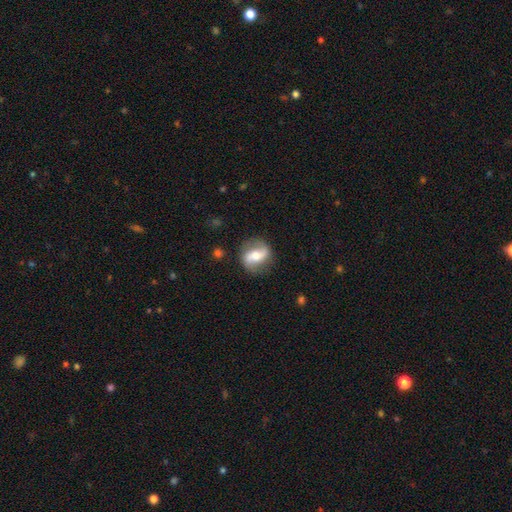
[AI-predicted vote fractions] Q: Smooth or featured?
A: featured or disk (67%); runner-up: smooth (27%)
Q: Edge-on disk?
A: no (92%); runner-up: yes (8%)
Q: Bar?
A: strong (44%); runner-up: weak (30%)
Q: Spiral arms?
A: yes (78%); runner-up: no (22%)
Q: Bulge size?
A: moderate (66%); runner-up: small (23%)
Q: Merging?
A: none (82%); runner-up: minor disturbance (12%)